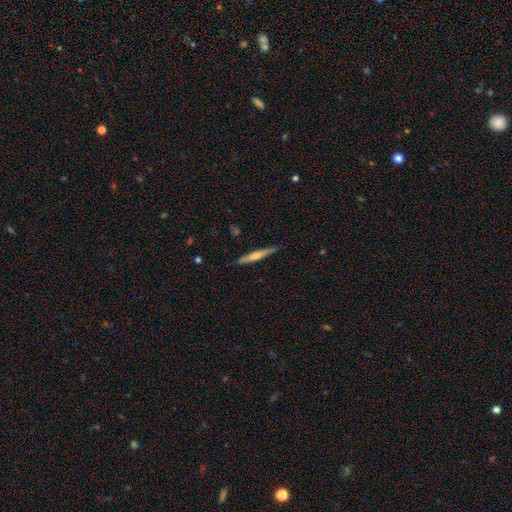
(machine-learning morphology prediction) smooth_or_featured: featured or disk (p=0.50) [alt: smooth p=0.44]
disk_edge_on: yes (p=0.96) [alt: no p=0.04]
merging: none (p=0.85) [alt: minor disturbance p=0.12]